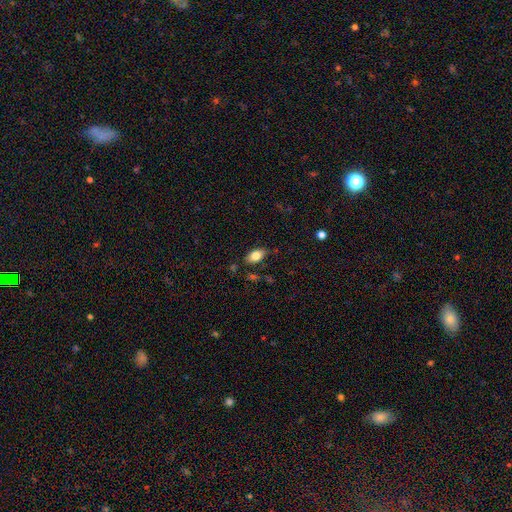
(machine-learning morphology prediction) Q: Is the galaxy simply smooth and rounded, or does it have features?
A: smooth — 80%.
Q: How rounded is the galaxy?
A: in between — 91%.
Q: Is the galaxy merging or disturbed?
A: none — 79%.